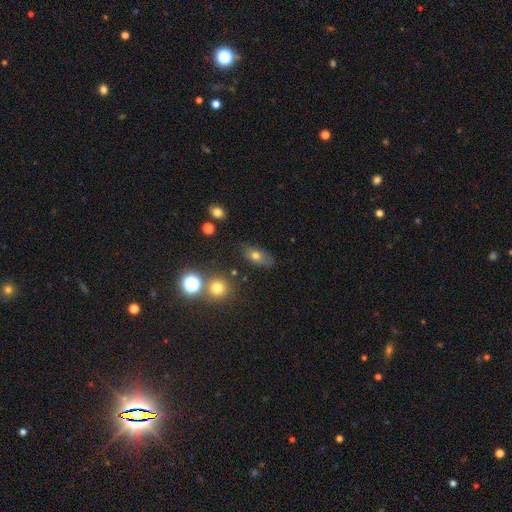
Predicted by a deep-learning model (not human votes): Smooth or featured? Predicted: smooth (p=0.67). How rounded? Predicted: in between (p=0.80). Merging? Predicted: none (p=0.73).